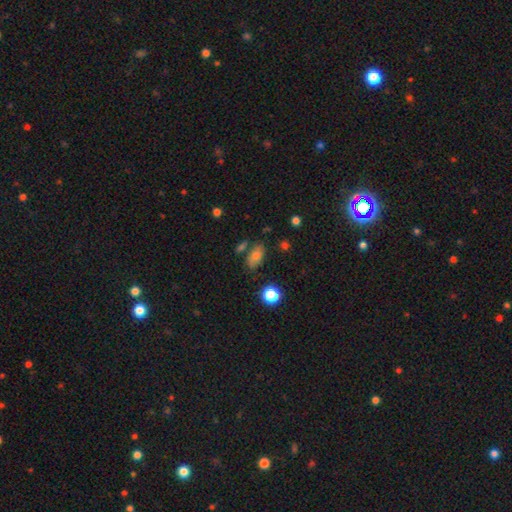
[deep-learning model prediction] Overall: smooth (75%). How rounded: in between (87%). Merging: none (67%).